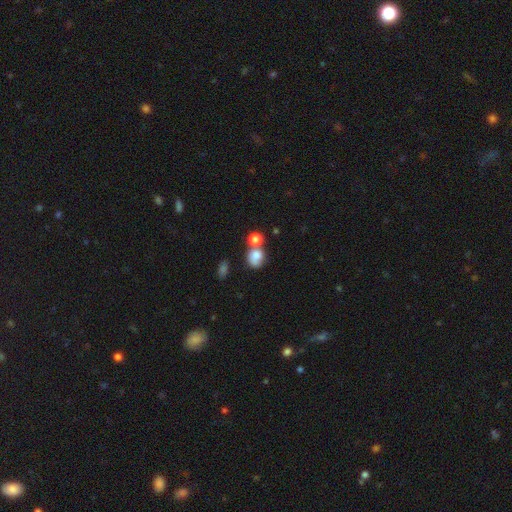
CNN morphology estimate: This is likely a smooth galaxy (75%). How rounded: likely round (65%). Merging: marginally merger (41%).